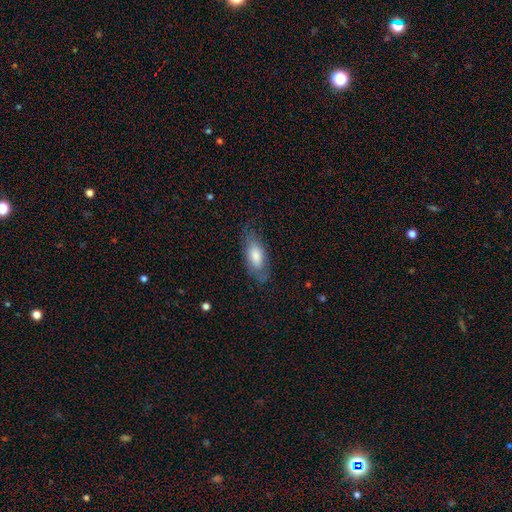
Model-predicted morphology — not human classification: smooth 71%, featured or disk 23%, star or artifact 6%. Down the decision tree: how rounded — in between (85%); merging — none (71%).